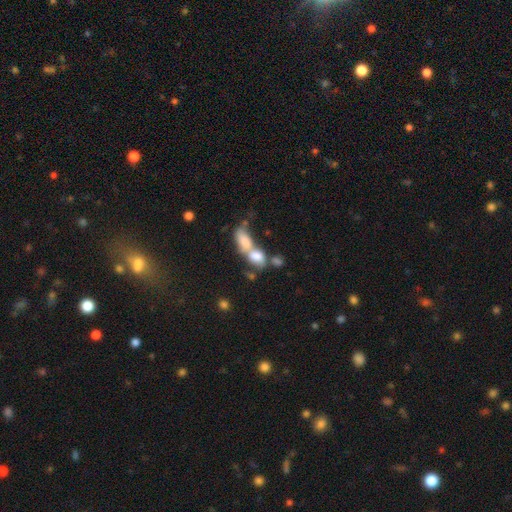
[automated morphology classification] Smooth or featured: smooth — 71% (featured or disk — 20%)
How rounded: in between — 81% (round — 13%)
Merging: merger — 74% (none — 13%)